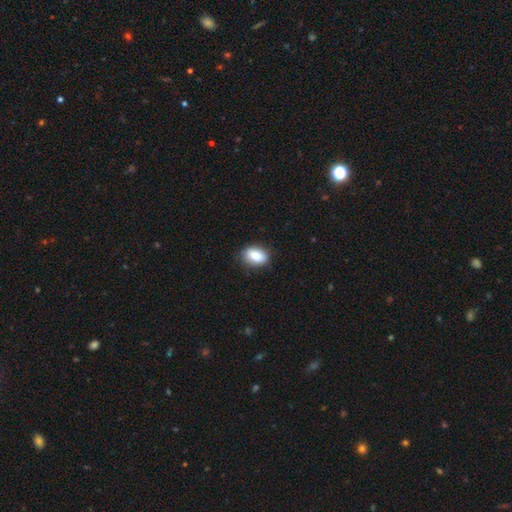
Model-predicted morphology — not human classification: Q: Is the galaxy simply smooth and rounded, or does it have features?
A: smooth — 86%.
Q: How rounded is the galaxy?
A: in between — 83%.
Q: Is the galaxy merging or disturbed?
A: none — 83%.